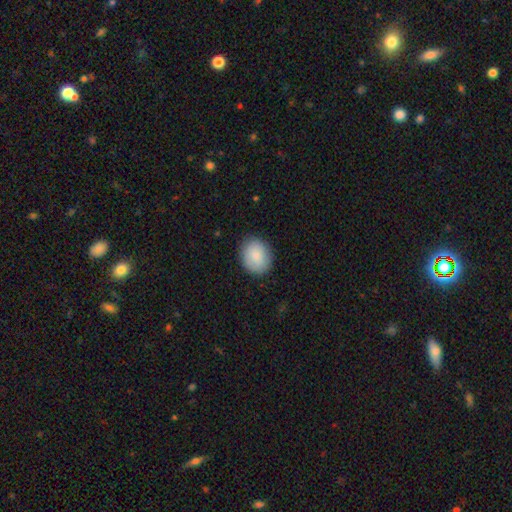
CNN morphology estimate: smooth_or_featured: smooth (p=0.87) [alt: star or artifact p=0.06]
how_rounded: round (p=0.55) [alt: in between p=0.44]
merging: none (p=0.86) [alt: minor disturbance p=0.10]